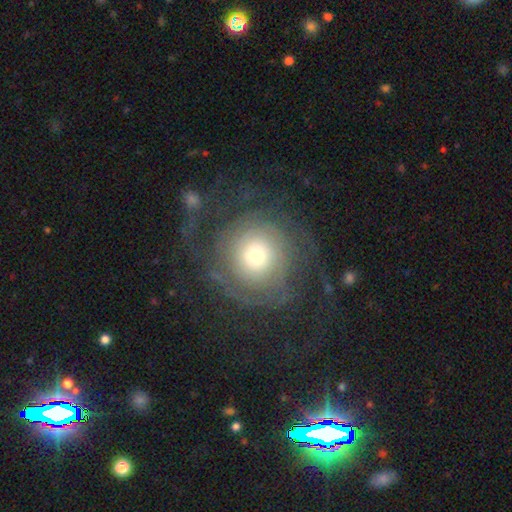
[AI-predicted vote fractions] A featured or disk galaxy (67%) with no bar (85%), tight (64%) spiral arms (84%) and a moderate central bulge (52%). Merging: none (66%).